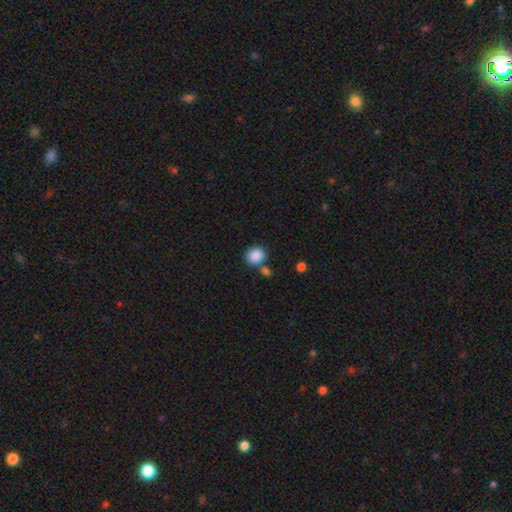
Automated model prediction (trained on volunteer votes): smooth 88%, star or artifact 9%, featured or disk 4%. Down the decision tree: how rounded — round (71%); merging — none (66%).